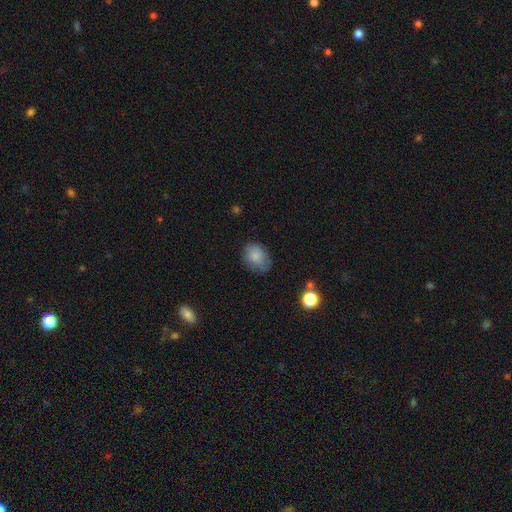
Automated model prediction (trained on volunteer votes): smooth 83%, star or artifact 9%, featured or disk 9%. Down the decision tree: how rounded — in between (68%); merging — none (73%).